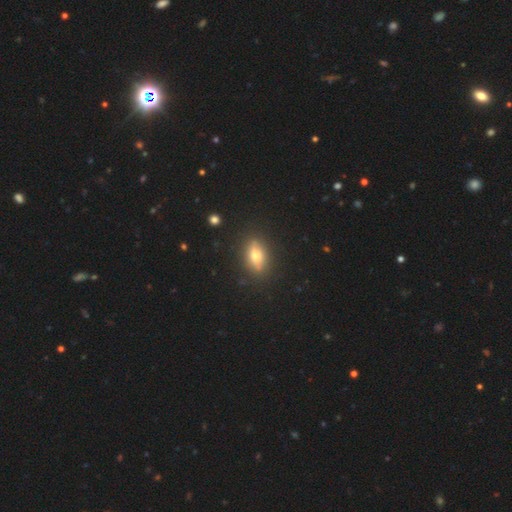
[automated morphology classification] Smooth or featured? smooth (57%)
How rounded? in between (75%)
Merging? none (86%)